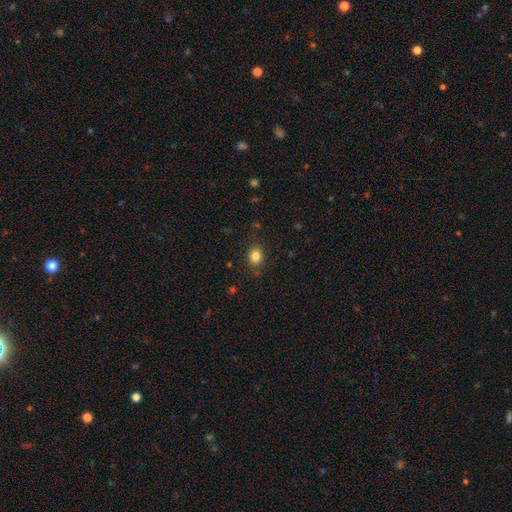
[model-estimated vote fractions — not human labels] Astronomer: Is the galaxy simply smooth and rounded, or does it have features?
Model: smooth — 83%.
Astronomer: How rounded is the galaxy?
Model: in between — 56% (runner-up: round, 43%).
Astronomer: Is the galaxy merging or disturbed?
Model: none — 84%.